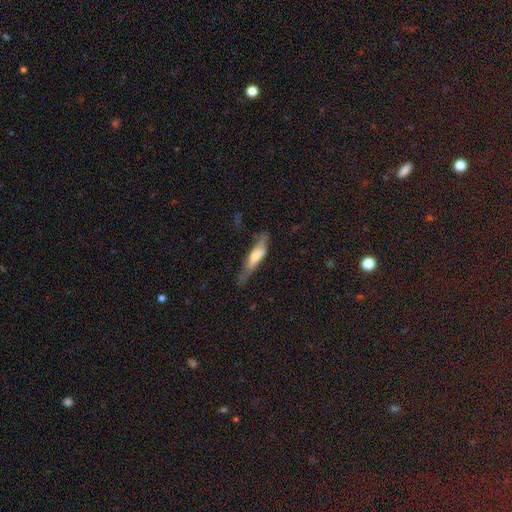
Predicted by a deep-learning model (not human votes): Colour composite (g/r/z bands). It shows a smooth galaxy with no disk features (50%) that is cigar-shaped (76%). Merging: none (57%).